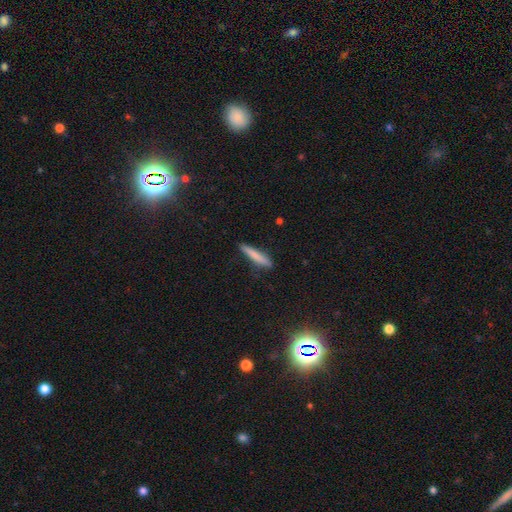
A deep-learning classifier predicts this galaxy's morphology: Smooth or featured: smooth — 77% (featured or disk — 17%)
How rounded: cigar-shaped — 93% (in between — 5%)
Merging: none — 85% (minor disturbance — 12%)